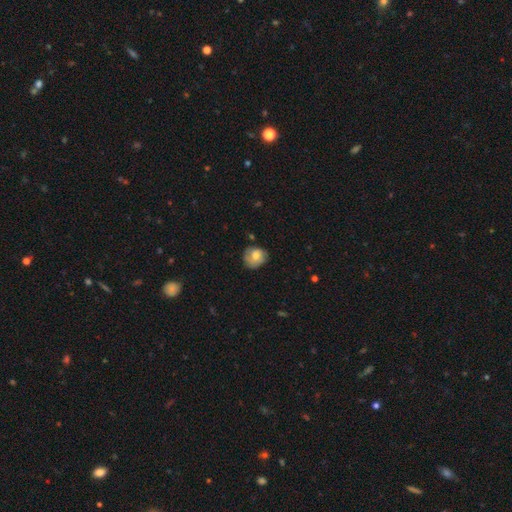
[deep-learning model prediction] This is likely a smooth galaxy (62%). How rounded: likely round (75%). Merging: likely none (65%).